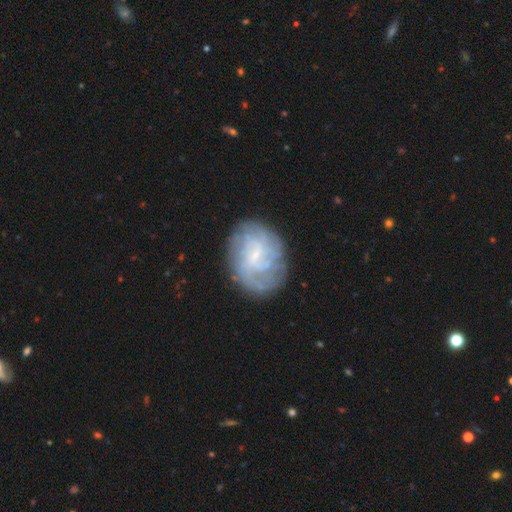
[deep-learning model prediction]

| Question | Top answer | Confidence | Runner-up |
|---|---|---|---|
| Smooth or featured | featured or disk | 72% | smooth (20%) |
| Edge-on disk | no | 97% | yes (3%) |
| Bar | weak | 52% | no (38%) |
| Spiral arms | yes | 86% | no (14%) |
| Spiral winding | tight | 51% | medium (33%) |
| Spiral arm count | can't tell | 50% | 2 (13%) |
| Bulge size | small | 68% | none (18%) |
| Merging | none | 74% | minor disturbance (17%) |